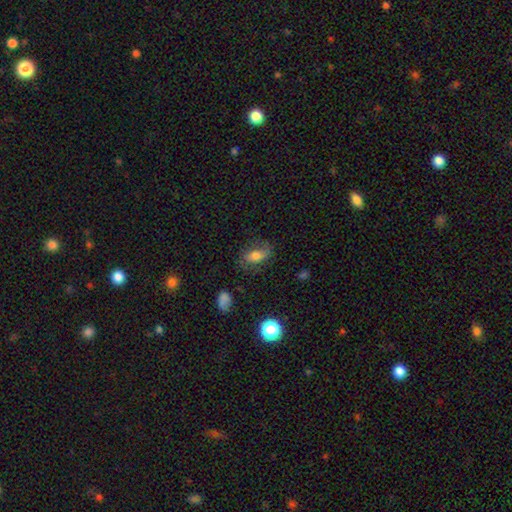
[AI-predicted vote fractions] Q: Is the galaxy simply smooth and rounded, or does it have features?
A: smooth — 60%.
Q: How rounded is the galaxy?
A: in between — 84%.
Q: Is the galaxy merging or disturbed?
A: none — 61%.